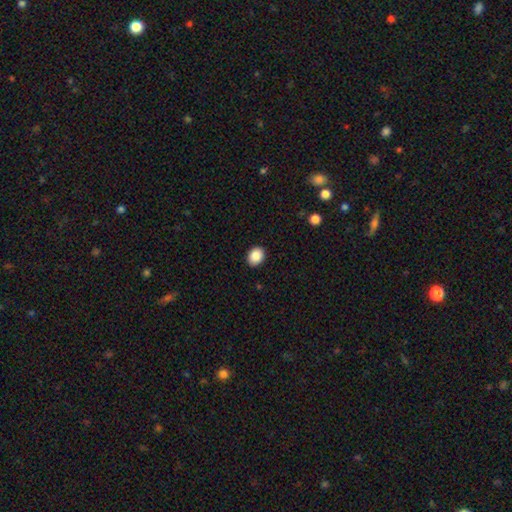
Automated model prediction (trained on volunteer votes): This appears to be a smooth galaxy with no disk features (88%) that is in between round and cigar-shaped (56%). Merging: none (90%).